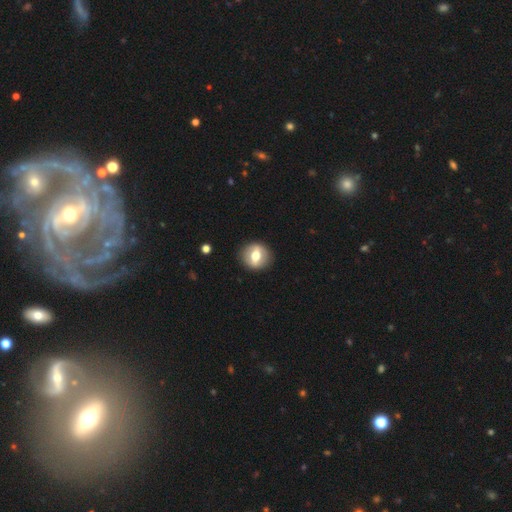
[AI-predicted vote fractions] Smooth or featured: featured or disk — 48% (smooth — 44%)
Merging: none — 88% (minor disturbance — 8%)